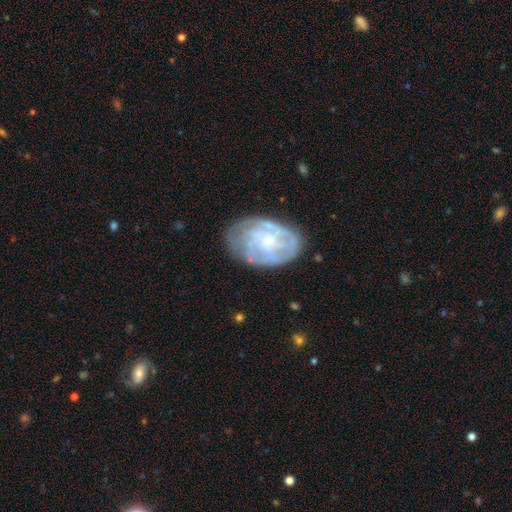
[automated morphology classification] smooth_or_featured: featured or disk (p=0.74) [alt: smooth p=0.16]
disk_edge_on: no (p=0.96) [alt: yes p=0.04]
bar: no (p=0.60) [alt: weak p=0.30]
has_spiral_arms: yes (p=0.89) [alt: no p=0.11]
spiral_winding: tight (p=0.74) [alt: medium p=0.21]
spiral_arm_count: can't tell (p=0.35) [alt: 2 p=0.26]
bulge_size: small (p=0.52) [alt: moderate p=0.42]
merging: none (p=0.76) [alt: minor disturbance p=0.17]